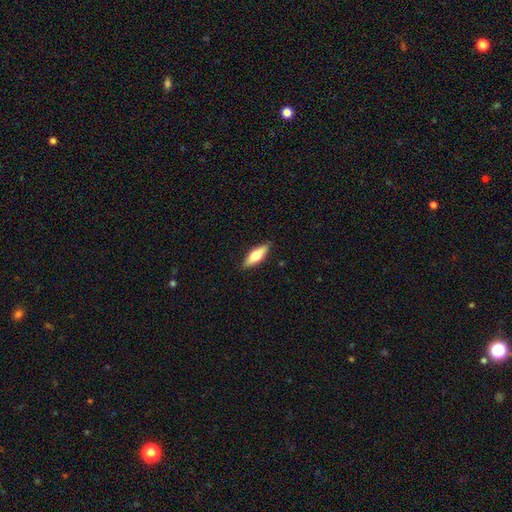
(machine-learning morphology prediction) This appears to be a smooth galaxy with no disk features (60%) that is in between round and cigar-shaped (55%). Merging: none (88%).